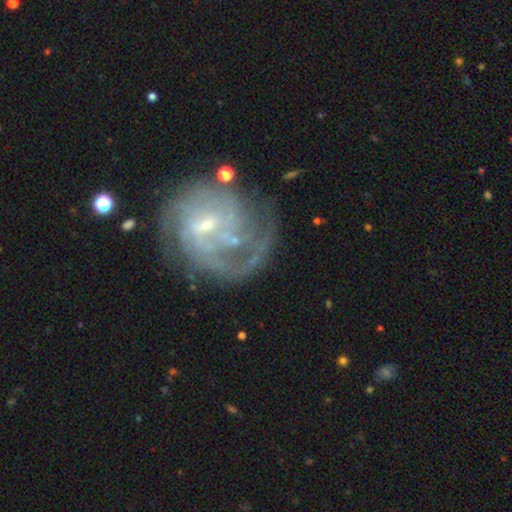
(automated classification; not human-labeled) Smooth or featured?
  - featured or disk: 81% *
  - smooth: 10%
  - star or artifact: 9%
Edge-on disk?
  - no: 98% *
  - yes: 2%
Bar?
  - weak: 54% *
  - no: 34%
  - strong: 12%
Spiral arms?
  - yes: 89% *
  - no: 11%
Spiral winding?
  - tight: 47% *
  - medium: 36%
  - loose: 17%
Spiral arm count?
  - can't tell: 40% *
  - 2: 20%
  - 3: 16%
  - 1: 10%
  - 4: 8%
  - more than 4: 6%
Bulge size?
  - small: 62% *
  - moderate: 23%
  - none: 12%
  - large: 2%
  - dominant: 1%
Merging?
  - none: 55% *
  - major disturbance: 21%
  - minor disturbance: 19%
  - merger: 5%